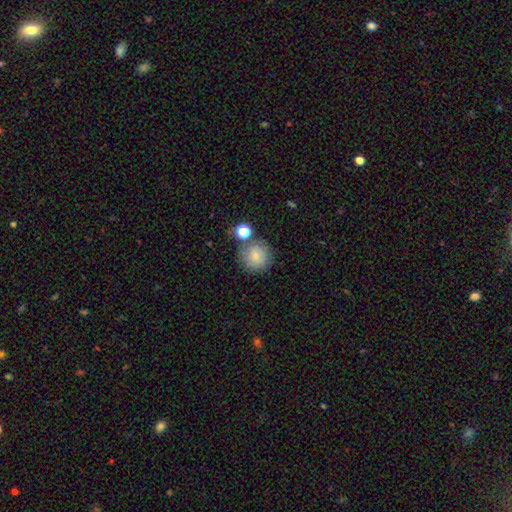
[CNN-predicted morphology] Q: Smooth or featured?
A: smooth (79%); runner-up: featured or disk (11%)
Q: How rounded?
A: round (93%); runner-up: in between (6%)
Q: Merging?
A: none (69%); runner-up: merger (14%)